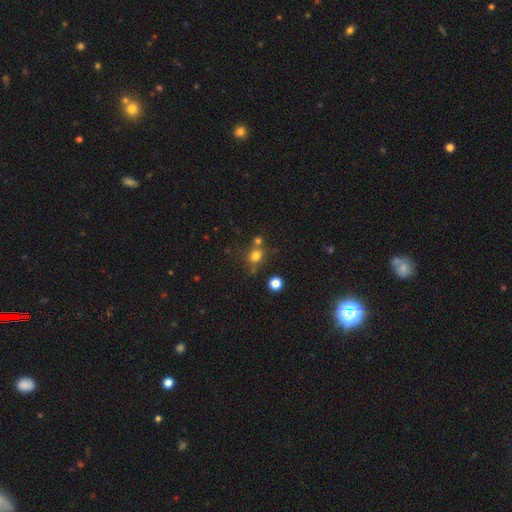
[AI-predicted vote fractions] This appears to be a smooth galaxy with no disk features (76%) that is round (74%). Merging: none (62%).